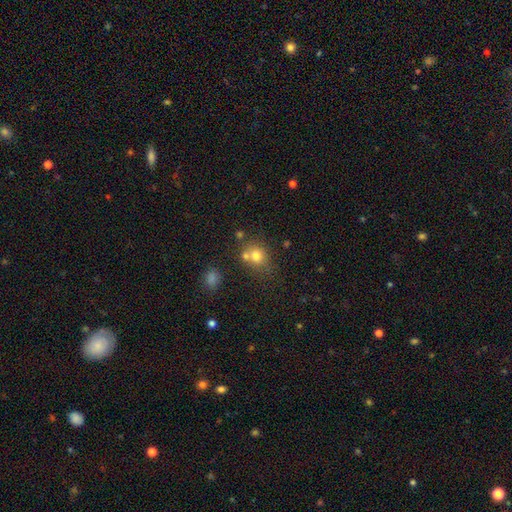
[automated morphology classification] This appears to be a smooth galaxy with no disk features (74%) that is round (72%). Merging: none (50%).